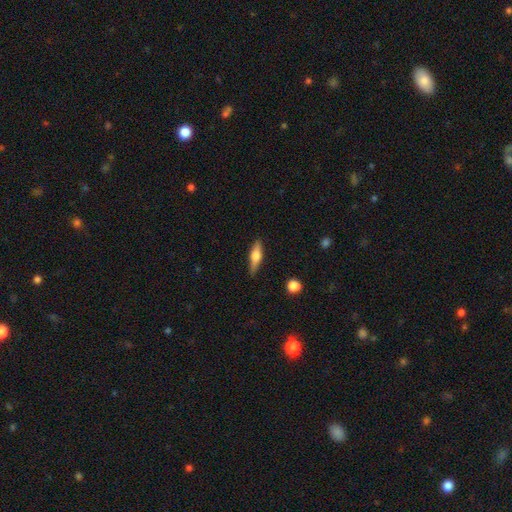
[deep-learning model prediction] smooth-or-featured: smooth: 53% | featured or disk: 41% | star or artifact: 6%
  how-rounded: cigar-shaped: 65% | in between: 32% | round: 3%
  merging: none: 85% | minor disturbance: 11% | major disturbance: 2% | merger: 1%